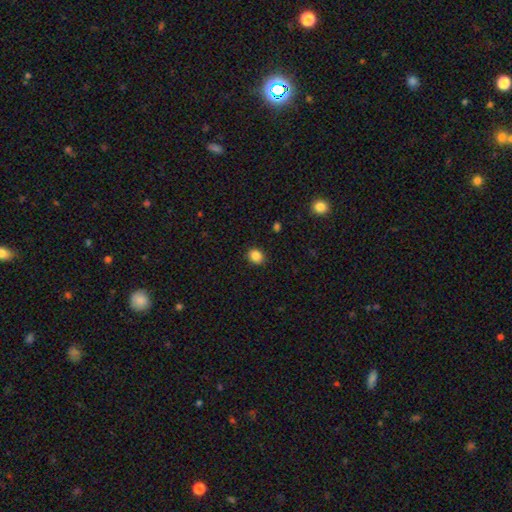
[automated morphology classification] This is clearly a smooth galaxy (86%). How rounded: likely round (63%). Merging: clearly none (89%).